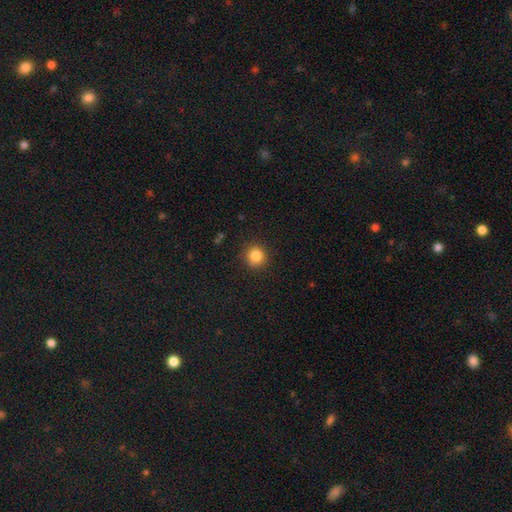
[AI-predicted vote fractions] Overall: smooth (84%). How rounded: round (93%). Merging: none (90%).